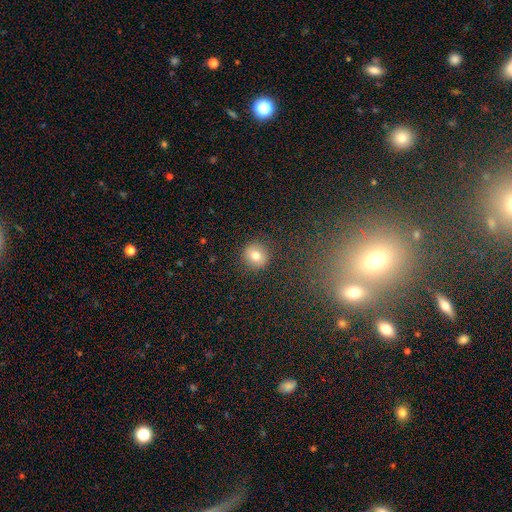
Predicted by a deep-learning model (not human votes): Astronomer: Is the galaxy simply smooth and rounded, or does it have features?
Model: smooth — 78%.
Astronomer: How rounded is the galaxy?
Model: round — 90%.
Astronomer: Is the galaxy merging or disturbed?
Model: none — 90%.